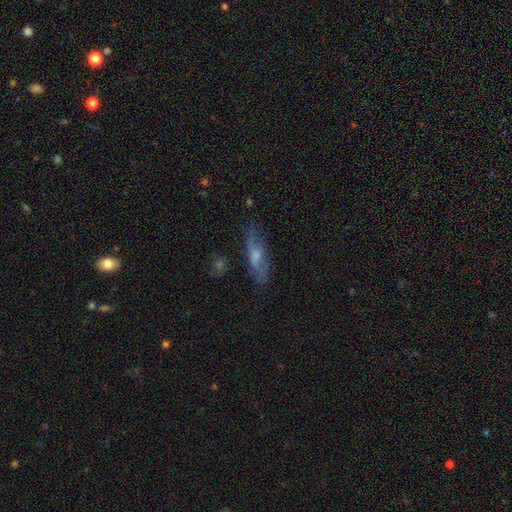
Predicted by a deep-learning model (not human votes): Smooth or featured? Predicted: featured or disk (p=0.49). Merging? Predicted: none (p=0.74).